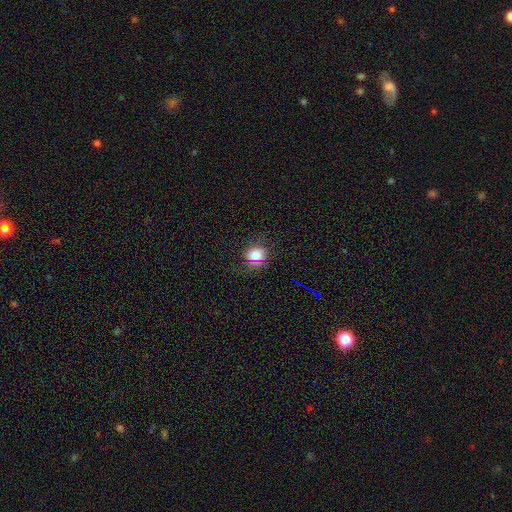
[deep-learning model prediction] Morphology: type=smooth (72%); roundness=round (73%); merging=none (78%).